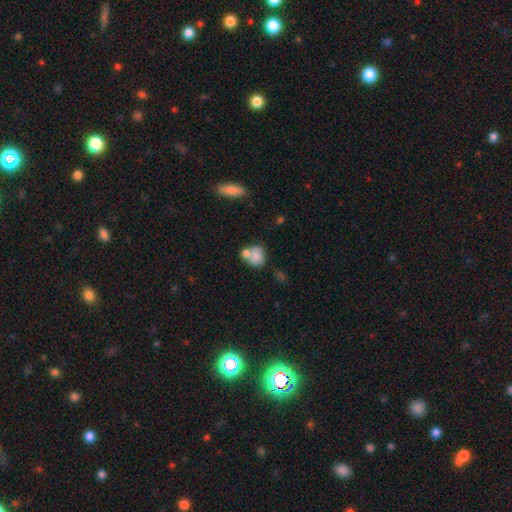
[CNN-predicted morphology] smooth-or-featured: smooth: 77% | featured or disk: 14% | star or artifact: 9%
  how-rounded: round: 50% | in between: 48% | cigar-shaped: 1%
  merging: merger: 48% | none: 33% | minor disturbance: 13% | major disturbance: 6%